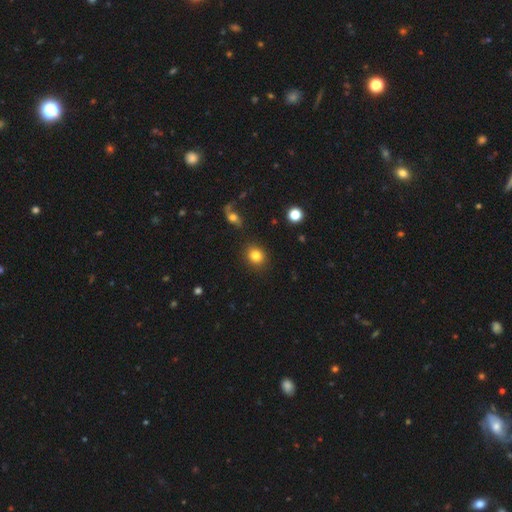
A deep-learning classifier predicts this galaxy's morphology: smooth_or_featured: smooth (p=0.83) [alt: star or artifact p=0.10]
how_rounded: round (p=0.75) [alt: in between p=0.24]
merging: none (p=0.87) [alt: minor disturbance p=0.07]